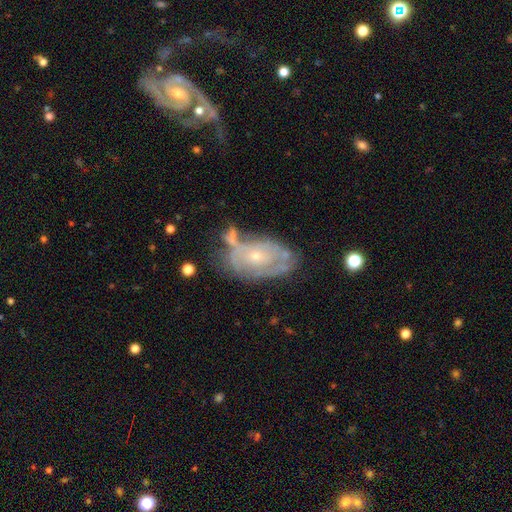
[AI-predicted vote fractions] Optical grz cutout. It shows a featured or disk galaxy (74%) with no bar (79%), spiral arms (68%) and a small central bulge (70%). Merging: none (41%).